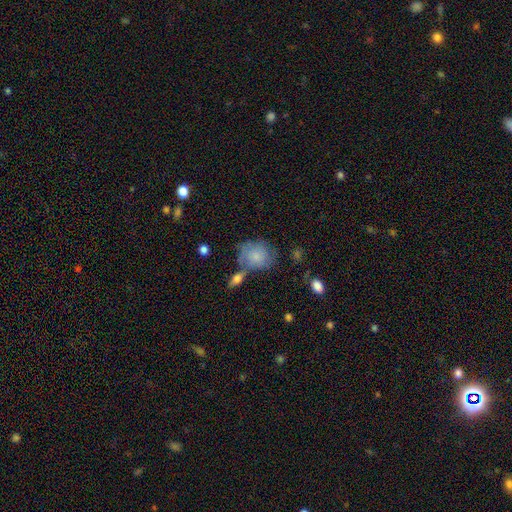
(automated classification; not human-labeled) Smooth or featured: smooth — 72% (featured or disk — 20%)
How rounded: round — 61% (in between — 38%)
Merging: none — 48% (minor disturbance — 23%)